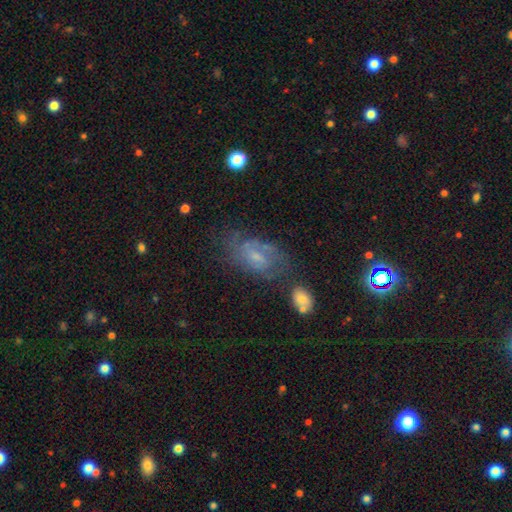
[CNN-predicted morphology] Overall: featured or disk (65%). Edge-on disk: no (95%). Bar: no (47%; weak 45%). Spiral arms: yes (81%). Bulge size: small (60%; moderate 27%). Merging: none (54%; minor disturbance 23%).